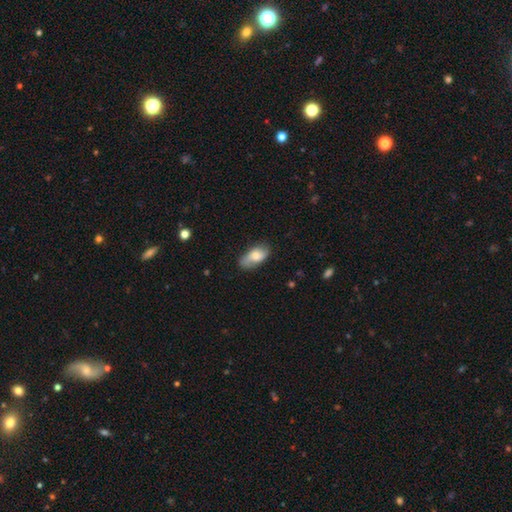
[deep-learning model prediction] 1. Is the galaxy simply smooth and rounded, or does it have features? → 63% smooth, 30% featured or disk, 7% star or artifact.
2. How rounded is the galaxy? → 90% in between, 5% cigar-shaped, 5% round.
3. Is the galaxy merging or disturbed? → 61% none, 29% minor disturbance, 8% major disturbance, 2% merger.